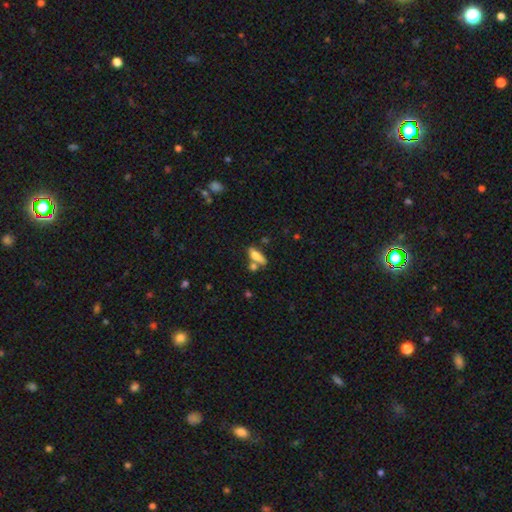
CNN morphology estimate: This appears to be a smooth galaxy with no disk features (68%) that is in between round and cigar-shaped (58%). Merging: none (49%).